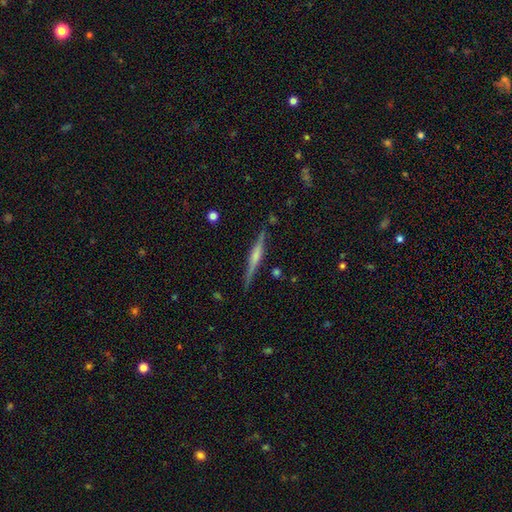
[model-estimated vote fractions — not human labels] A featured or disk galaxy (70%) viewed edge-on (97%) with a rounded central bulge (50%).

Vote fractions:
- Smooth or featured? featured or disk: 70% / smooth: 24% / star or artifact: 6%
- Edge-on disk? yes: 97% / no: 3%
- Edge-on bulge? rounded: 50% / boxy: 27% / none: 23%
- Merging? none: 87% / minor disturbance: 10% / major disturbance: 2% / merger: 2%